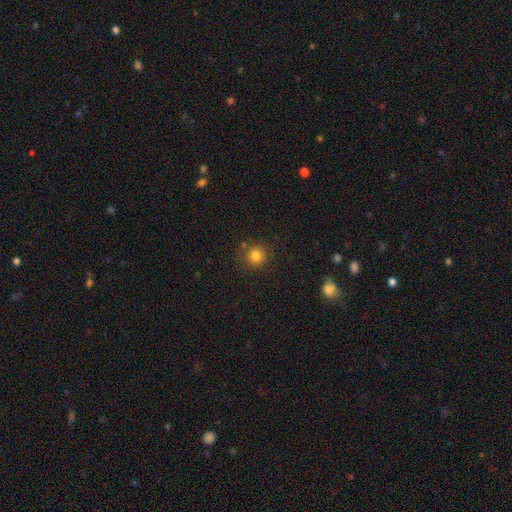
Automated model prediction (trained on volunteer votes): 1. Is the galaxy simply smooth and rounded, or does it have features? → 82% smooth, 13% star or artifact, 6% featured or disk.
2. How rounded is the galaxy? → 90% round, 9% in between, 1% cigar-shaped.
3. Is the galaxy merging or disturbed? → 81% none, 11% minor disturbance, 5% merger, 4% major disturbance.